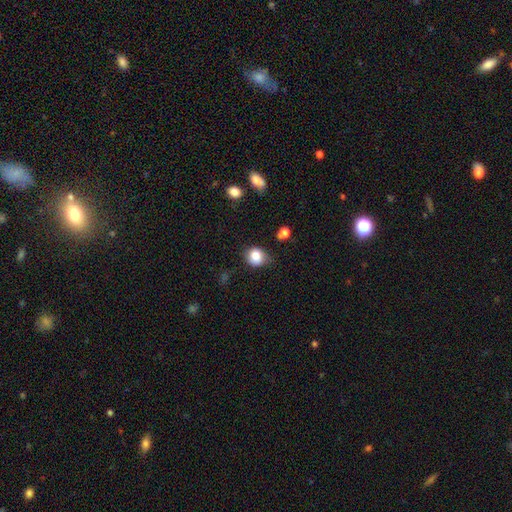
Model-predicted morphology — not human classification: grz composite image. It shows a smooth galaxy with no disk features (81%) that is round (74%). Merging: none (68%).